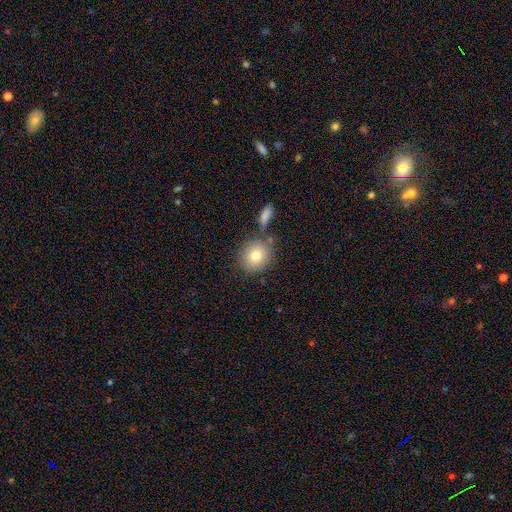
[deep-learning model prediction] smooth_or_featured: smooth (p=0.78) [alt: featured or disk p=0.12]
how_rounded: round (p=0.82) [alt: in between p=0.16]
merging: none (p=0.72) [alt: merger p=0.13]